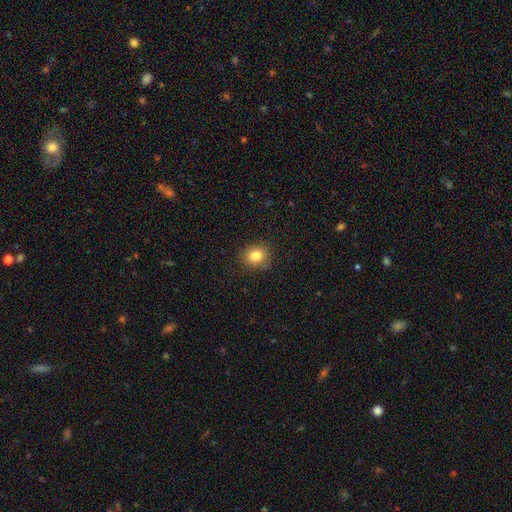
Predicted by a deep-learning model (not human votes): This is clearly a smooth galaxy (82%). How rounded: likely round (73%). Merging: clearly none (83%).